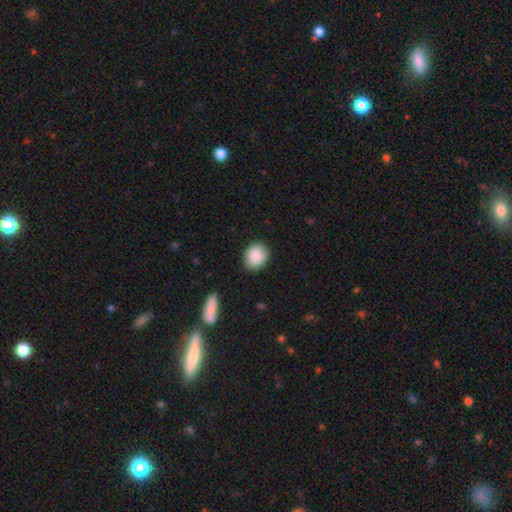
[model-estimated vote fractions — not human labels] Overall: smooth (88%). How rounded: round (64%; in between 35%). Merging: none (87%).